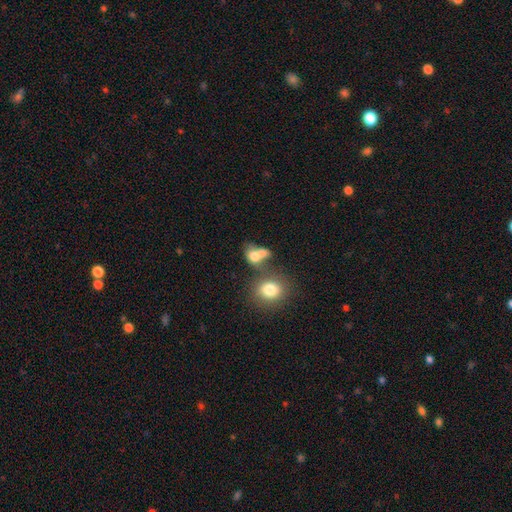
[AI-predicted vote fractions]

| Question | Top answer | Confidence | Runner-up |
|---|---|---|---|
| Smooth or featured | smooth | 74% | featured or disk (15%) |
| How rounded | in between | 55% | round (43%) |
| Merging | merger | 53% | none (29%) |